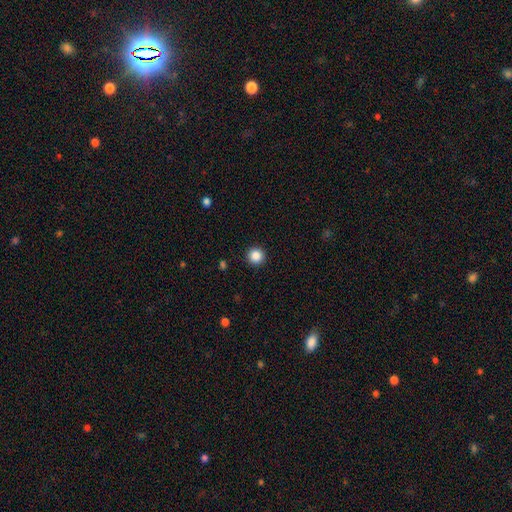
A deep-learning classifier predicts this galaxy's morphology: A smooth galaxy with no disk features (87%) that is round (95%).

Vote fractions:
- Smooth or featured? smooth: 87% / star or artifact: 10% / featured or disk: 3%
- How rounded? round: 95% / in between: 4% / cigar-shaped: 1%
- Merging? none: 93% / minor disturbance: 5% / major disturbance: 2% / merger: 1%